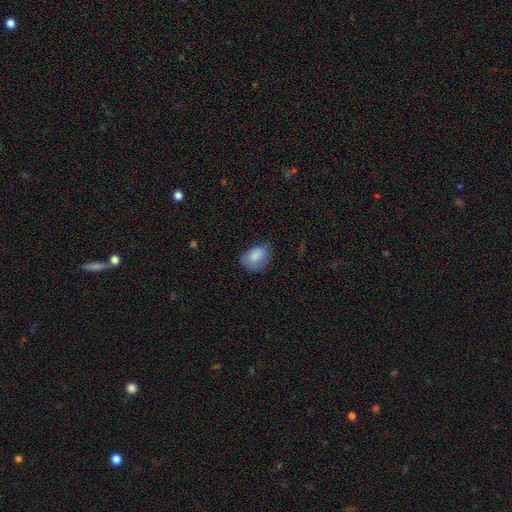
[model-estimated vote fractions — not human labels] smooth_or_featured: smooth (p=0.82) [alt: featured or disk p=0.10]
how_rounded: in between (p=0.76) [alt: round p=0.23]
merging: none (p=0.55) [alt: minor disturbance p=0.33]